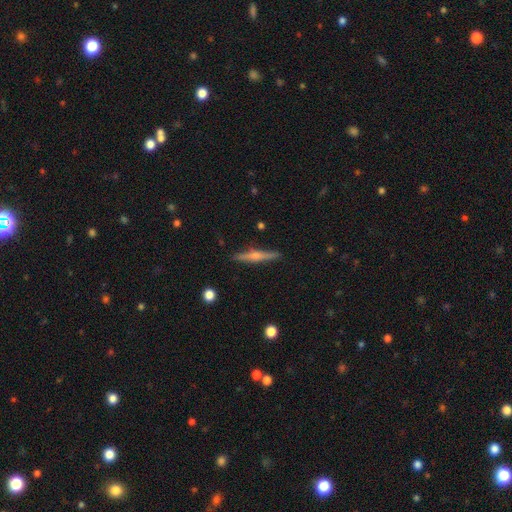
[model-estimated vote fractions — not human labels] smooth_or_featured: featured or disk (p=0.63) [alt: smooth p=0.31]
disk_edge_on: yes (p=0.98) [alt: no p=0.02]
edge_on_bulge: rounded (p=0.80) [alt: none p=0.11]
merging: none (p=0.90) [alt: minor disturbance p=0.07]